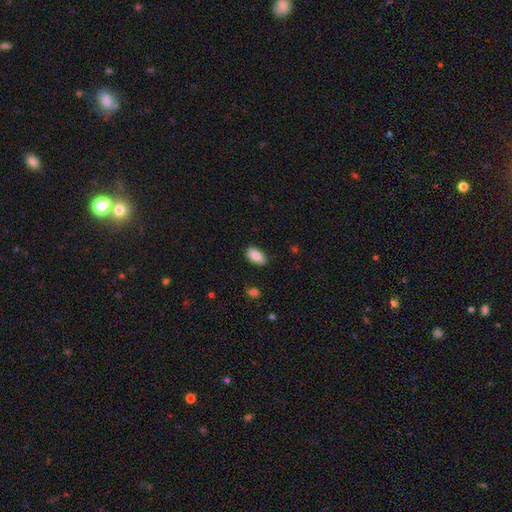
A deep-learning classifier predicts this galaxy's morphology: Smooth or featured? smooth (81%)
How rounded? in between (91%)
Merging? none (84%)